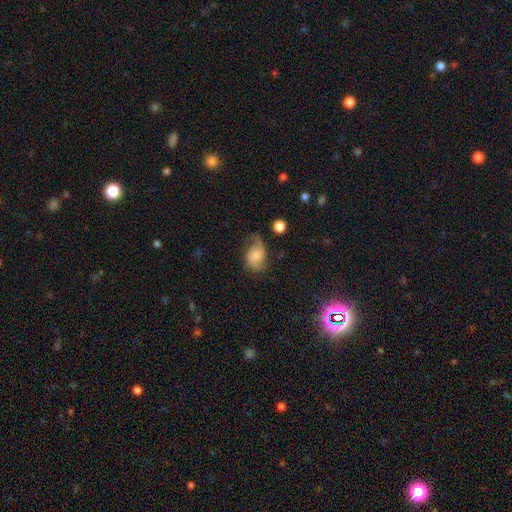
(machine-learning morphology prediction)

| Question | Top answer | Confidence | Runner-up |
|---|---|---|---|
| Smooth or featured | featured or disk | 59% | smooth (32%) |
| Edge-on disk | no | 97% | yes (3%) |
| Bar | no | 66% | weak (29%) |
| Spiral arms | yes | 91% | no (9%) |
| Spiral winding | loose | 52% | medium (35%) |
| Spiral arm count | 2 | 79% | 1 (12%) |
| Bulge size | moderate | 36% | small (33%) |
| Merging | none | 52% | minor disturbance (28%) |